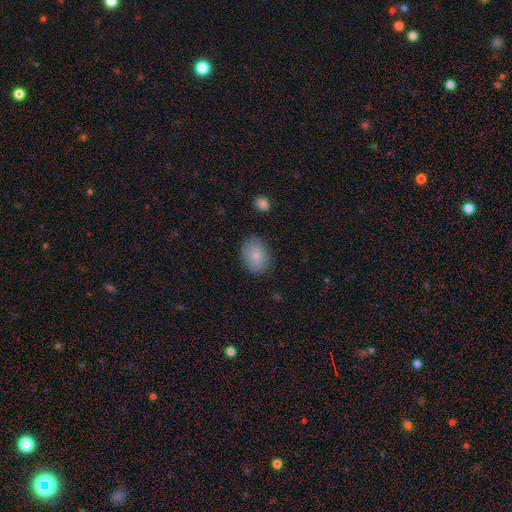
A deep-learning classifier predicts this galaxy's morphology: Overall: smooth (82%). How rounded: in between (76%). Merging: none (82%).